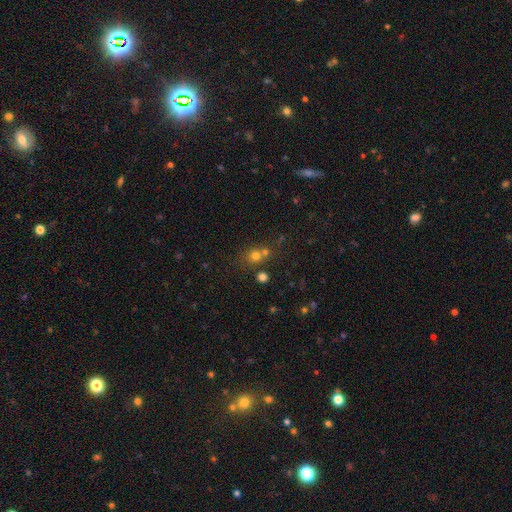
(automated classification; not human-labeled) This is likely a smooth galaxy (68%). How rounded: clearly round (82%). Merging: possibly none (52%).